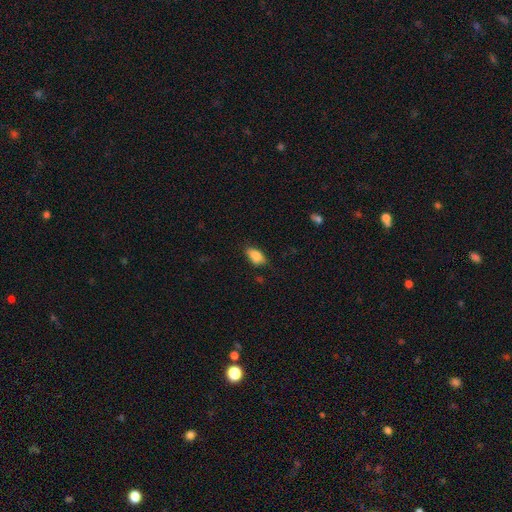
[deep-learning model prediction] Morphology: type=smooth (86%); roundness=in between (90%); merging=none (76%).